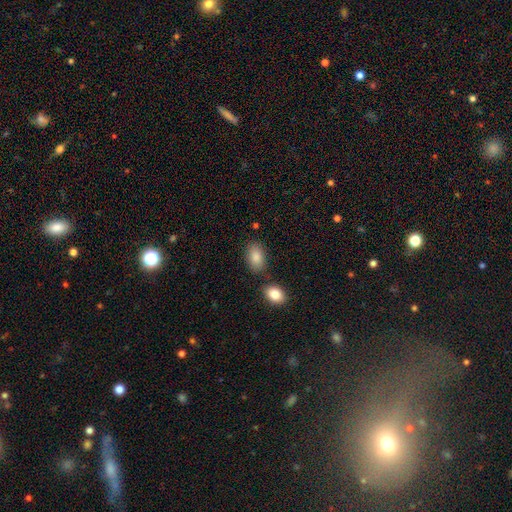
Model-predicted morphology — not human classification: smooth-or-featured: smooth: 87% | star or artifact: 7% | featured or disk: 6%
  how-rounded: in between: 91% | round: 7% | cigar-shaped: 1%
  merging: none: 76% | minor disturbance: 12% | merger: 9% | major disturbance: 3%